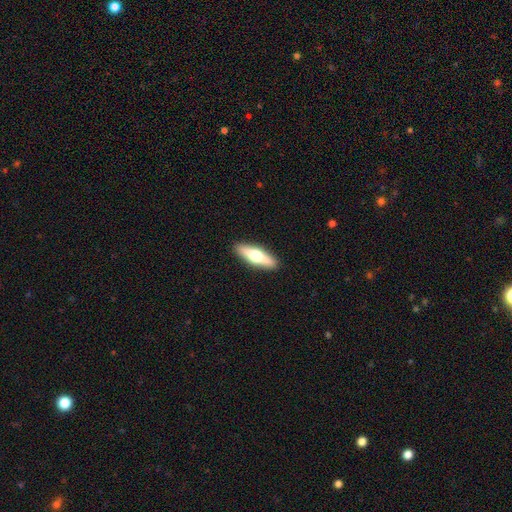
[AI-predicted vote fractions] smooth_or_featured: smooth (p=0.48) [alt: featured or disk p=0.47]
merging: none (p=0.90) [alt: minor disturbance p=0.07]